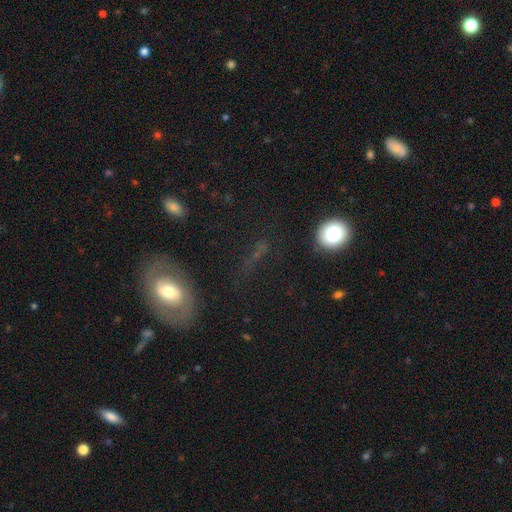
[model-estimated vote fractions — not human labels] Morphology: type=smooth (39%); merging=none (73%).